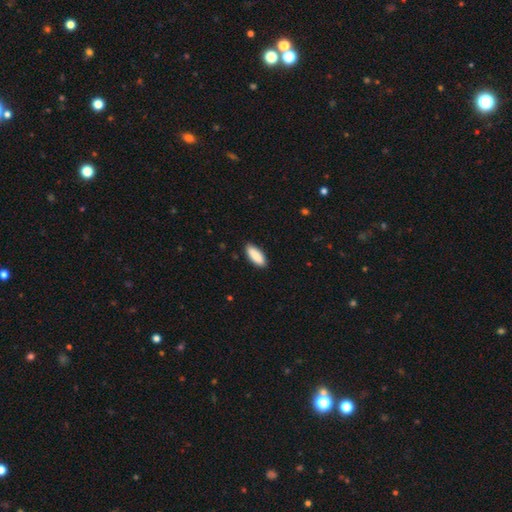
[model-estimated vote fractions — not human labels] smooth-or-featured: smooth: 90% | star or artifact: 5% | featured or disk: 5%
  how-rounded: in between: 75% | cigar-shaped: 23% | round: 2%
  merging: none: 89% | minor disturbance: 8% | major disturbance: 2% | merger: 1%